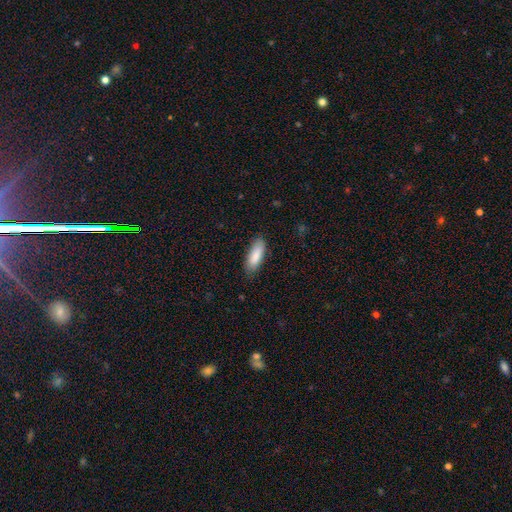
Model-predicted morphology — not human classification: Q: Smooth or featured?
A: smooth (86%); runner-up: featured or disk (8%)
Q: How rounded?
A: in between (64%); runner-up: cigar-shaped (34%)
Q: Merging?
A: none (83%); runner-up: minor disturbance (14%)